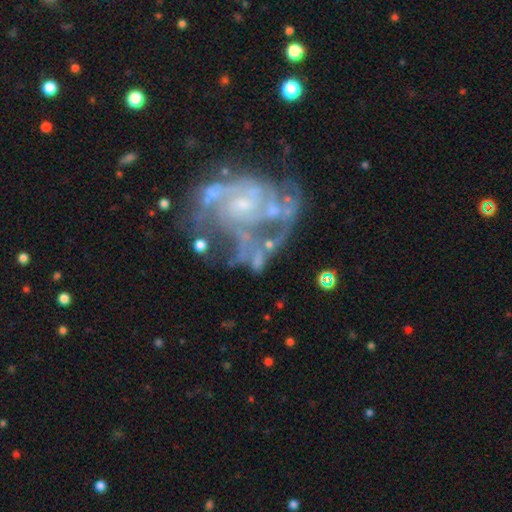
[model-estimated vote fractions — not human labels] featured or disk 70%, smooth 18%, star or artifact 12%. Down the decision tree: edge-on disk — no (97%); bar — no (59%); spiral arms — yes (78%); spiral arm count — can't tell (31%); spiral winding — tight (44%); bulge size — small (51%); merging — none (34%).